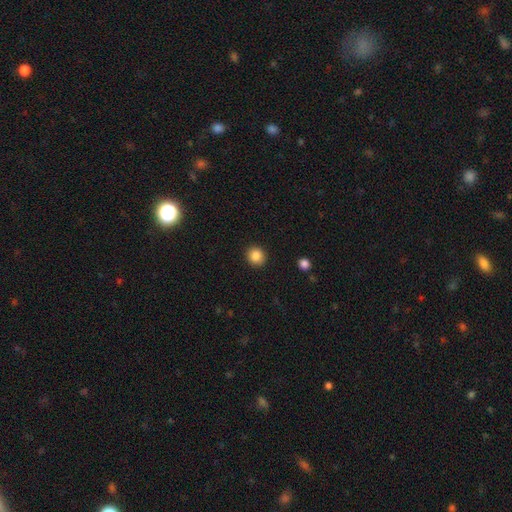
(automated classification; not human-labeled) Q: Smooth or featured?
A: smooth (87%); runner-up: star or artifact (10%)
Q: How rounded?
A: round (85%); runner-up: in between (14%)
Q: Merging?
A: none (91%); runner-up: minor disturbance (6%)